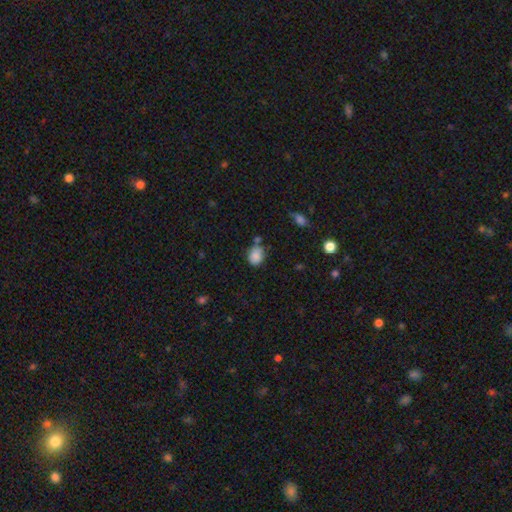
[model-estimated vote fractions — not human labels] A smooth galaxy with no disk features (85%) that is in between round and cigar-shaped (53%). Merging: none (59%).